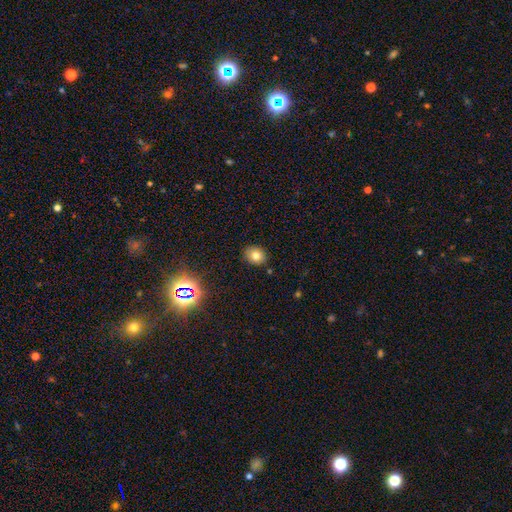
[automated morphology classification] Smooth or featured?
  - smooth: 77% *
  - star or artifact: 13%
  - featured or disk: 10%
How rounded?
  - round: 60% *
  - in between: 39%
  - cigar-shaped: 1%
Merging?
  - none: 87% *
  - minor disturbance: 9%
  - major disturbance: 2%
  - merger: 2%